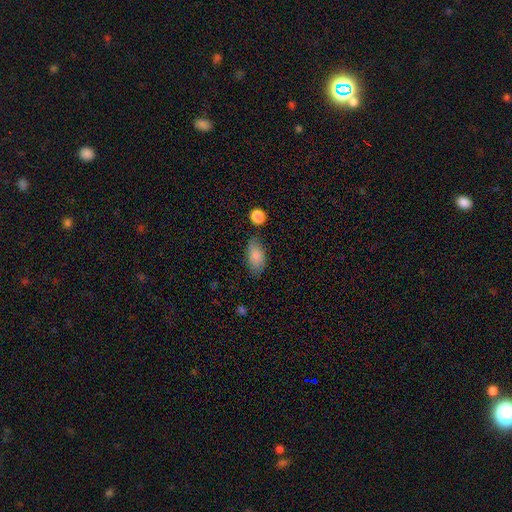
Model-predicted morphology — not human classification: This is clearly a smooth galaxy (83%). How rounded: clearly in between (91%). Merging: likely none (71%).